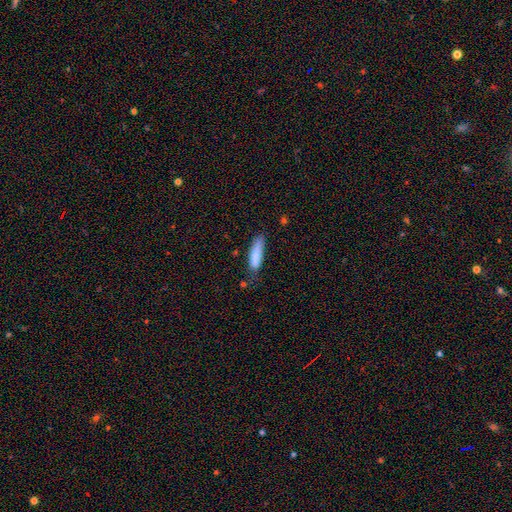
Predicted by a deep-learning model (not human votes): smooth_or_featured: smooth (p=0.83) [alt: featured or disk p=0.10]
how_rounded: cigar-shaped (p=0.67) [alt: in between p=0.31]
merging: none (p=0.62) [alt: minor disturbance p=0.28]